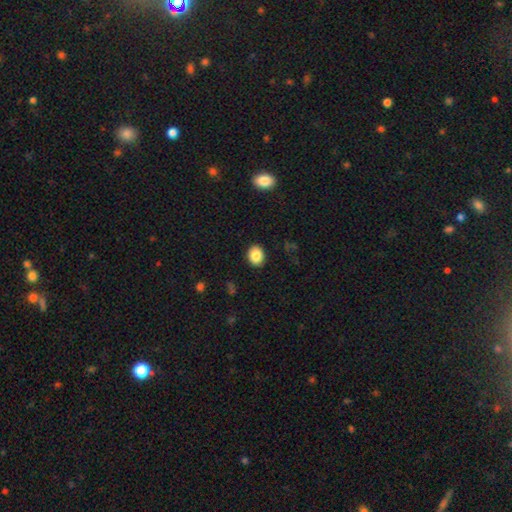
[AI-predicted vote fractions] smooth_or_featured: smooth (p=0.87) [alt: star or artifact p=0.08]
how_rounded: round (p=0.50) [alt: in between p=0.49]
merging: none (p=0.90) [alt: minor disturbance p=0.07]